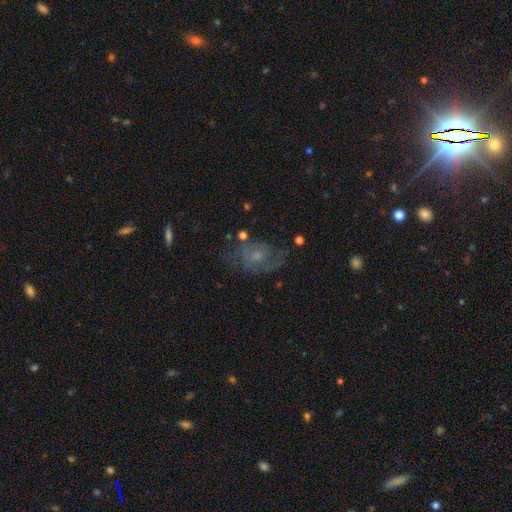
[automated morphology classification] A featured or disk galaxy (60%) with no bar (75%), spiral arms (71%) and a small central bulge (42%).

Vote fractions:
- Smooth or featured? featured or disk: 60% / smooth: 26% / star or artifact: 14%
- Edge-on disk? no: 96% / yes: 4%
- Bar? no: 75% / weak: 22% / strong: 3%
- Spiral arms? yes: 71% / no: 29%
- Bulge size? small: 42% / moderate: 39% / none: 13% / large: 5% / dominant: 2%
- Merging? none: 54% / minor disturbance: 22% / major disturbance: 20% / merger: 4%